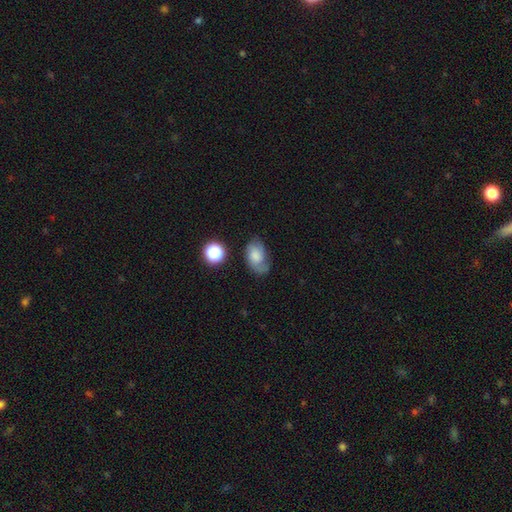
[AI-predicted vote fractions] smooth 46%, featured or disk 43%, star or artifact 11%. Down the decision tree: merging — none (56%).